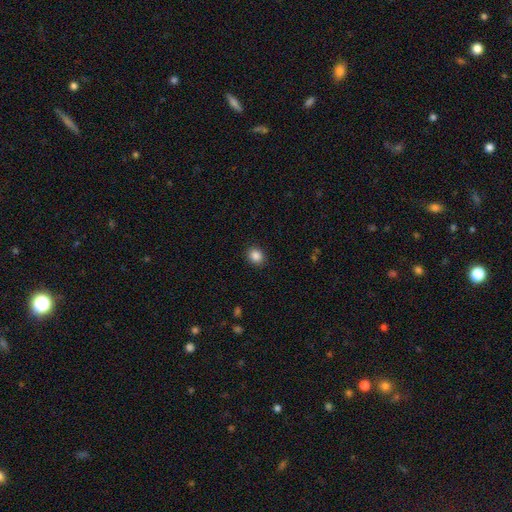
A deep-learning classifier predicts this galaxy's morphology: smooth-or-featured: smooth: 86% | star or artifact: 10% | featured or disk: 4%
  how-rounded: round: 68% | in between: 31% | cigar-shaped: 1%
  merging: none: 90% | minor disturbance: 7% | major disturbance: 2% | merger: 1%